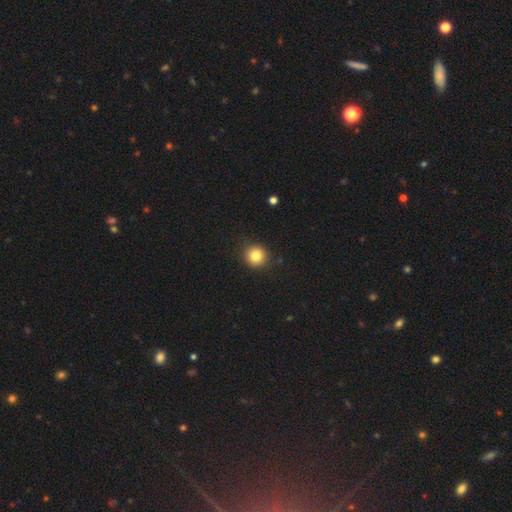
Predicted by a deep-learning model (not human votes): Smooth or featured? Predicted: smooth (p=0.83). How rounded? Predicted: round (p=0.92). Merging? Predicted: none (p=0.90).